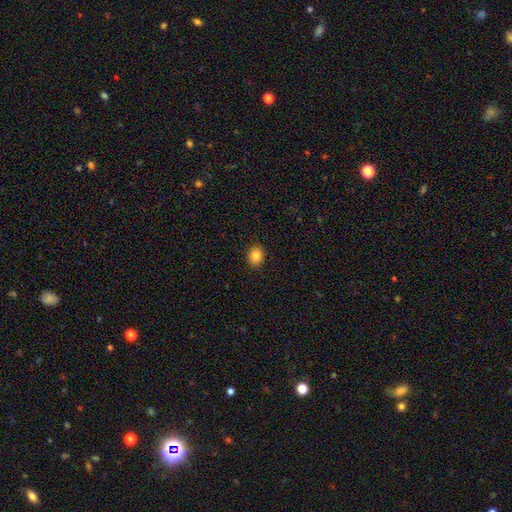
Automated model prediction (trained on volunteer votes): A smooth galaxy with no disk features (84%) that is round (60%). Merging: none (90%).